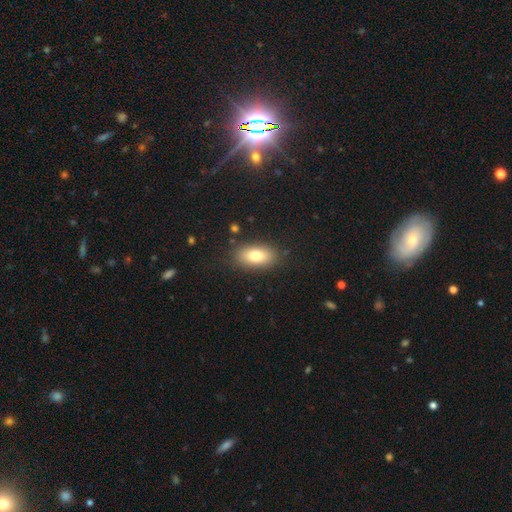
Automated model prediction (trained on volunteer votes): Smooth or featured?
  - smooth: 79% *
  - featured or disk: 13%
  - star or artifact: 8%
How rounded?
  - in between: 90% *
  - round: 6%
  - cigar-shaped: 5%
Merging?
  - none: 84% *
  - minor disturbance: 11%
  - major disturbance: 3%
  - merger: 2%